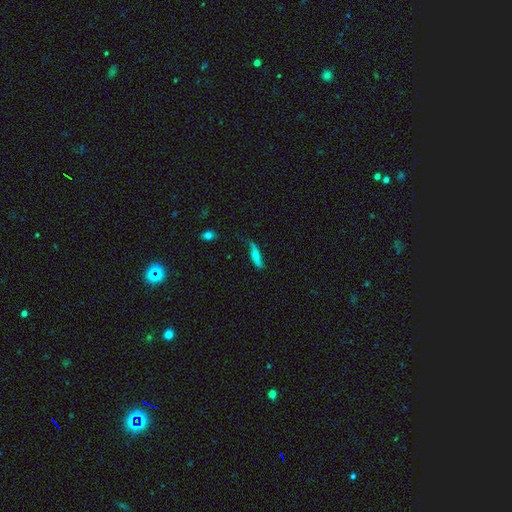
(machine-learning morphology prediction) Smooth or featured? smooth (70%)
How rounded? cigar-shaped (75%)
Merging? none (53%)